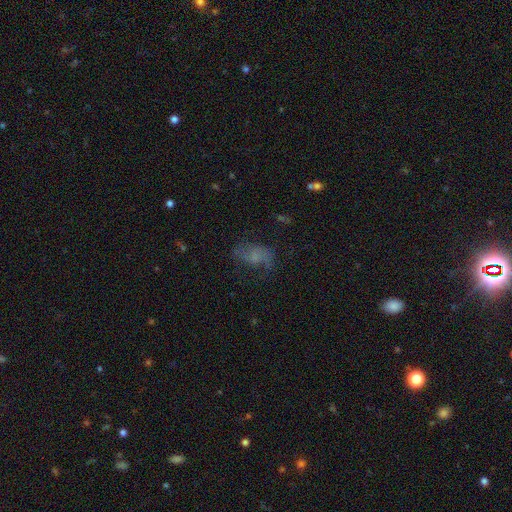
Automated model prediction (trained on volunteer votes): smooth-or-featured: featured or disk: 42% | smooth: 41% | star or artifact: 18%
  merging: none: 54% | minor disturbance: 22% | major disturbance: 22% | merger: 2%